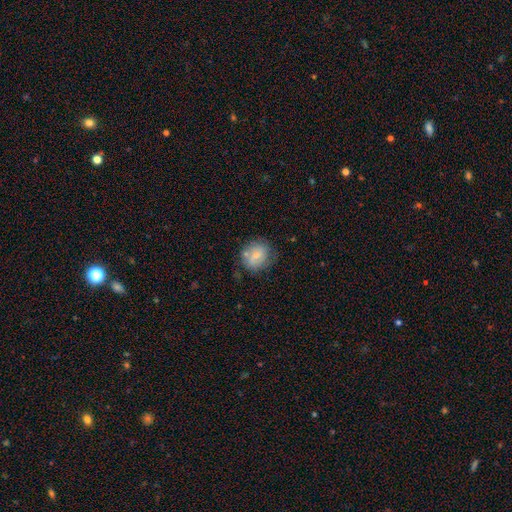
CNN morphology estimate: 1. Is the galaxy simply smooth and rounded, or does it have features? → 65% smooth, 27% featured or disk, 8% star or artifact.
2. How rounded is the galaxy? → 70% round, 29% in between, 1% cigar-shaped.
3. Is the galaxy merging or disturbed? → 64% none, 21% minor disturbance, 8% merger, 7% major disturbance.